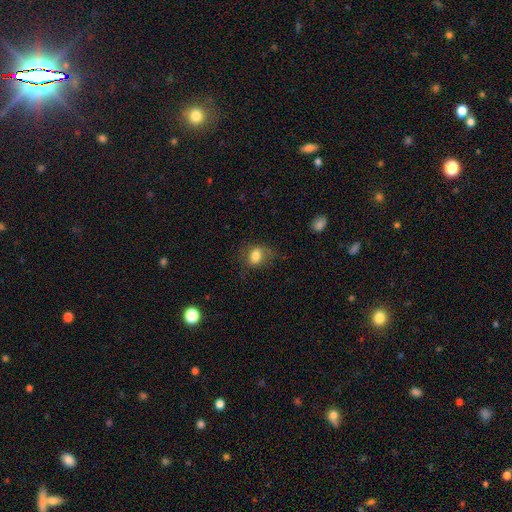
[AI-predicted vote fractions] smooth-or-featured: smooth: 78% | featured or disk: 13% | star or artifact: 9%
  how-rounded: in between: 64% | round: 34% | cigar-shaped: 2%
  merging: none: 61% | minor disturbance: 25% | major disturbance: 13% | merger: 2%